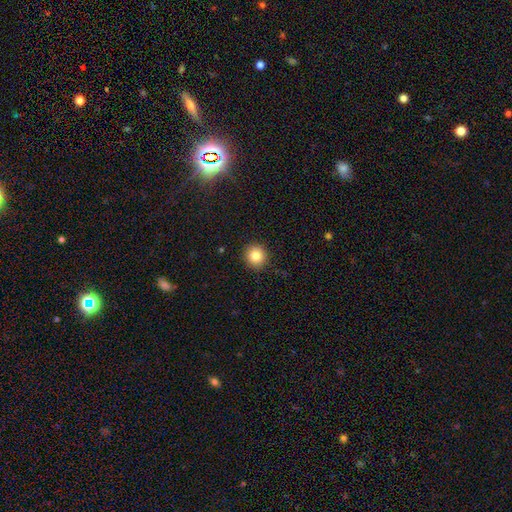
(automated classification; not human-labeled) Morphology: type=smooth (83%); roundness=round (93%); merging=none (91%).